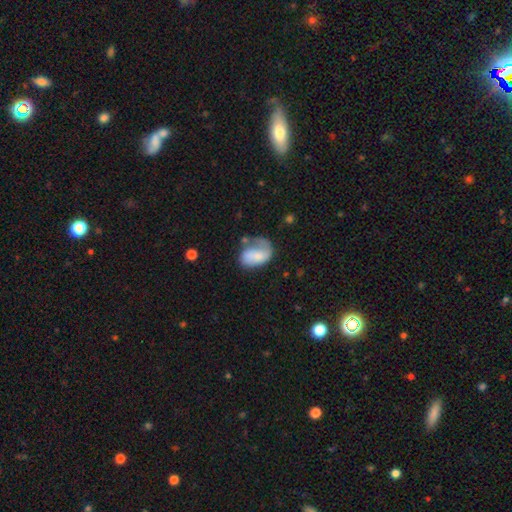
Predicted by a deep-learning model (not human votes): smooth-or-featured: smooth: 57% | featured or disk: 36% | star or artifact: 7%
  how-rounded: in between: 82% | round: 17% | cigar-shaped: 2%
  merging: major disturbance: 33% | none: 32% | minor disturbance: 27% | merger: 8%